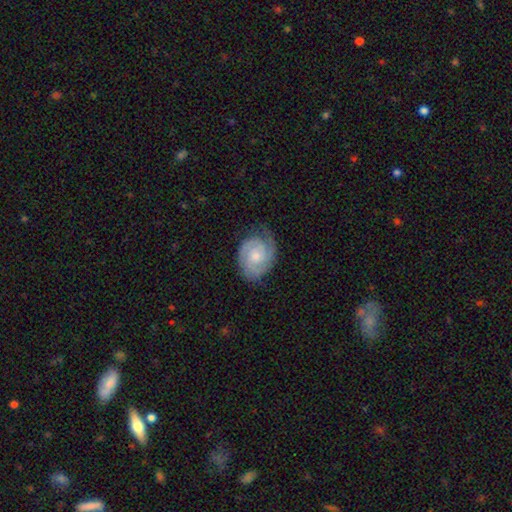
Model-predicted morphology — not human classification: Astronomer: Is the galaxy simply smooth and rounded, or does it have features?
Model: featured or disk — 78%.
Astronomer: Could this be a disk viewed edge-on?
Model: no — 97%.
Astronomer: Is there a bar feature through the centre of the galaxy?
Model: no — 73%.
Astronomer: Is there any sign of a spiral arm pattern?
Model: yes — 96%.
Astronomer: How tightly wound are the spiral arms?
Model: tight — 62%.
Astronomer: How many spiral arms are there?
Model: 2 — 49%.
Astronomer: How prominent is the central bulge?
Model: small — 51% (runner-up: moderate, 43%).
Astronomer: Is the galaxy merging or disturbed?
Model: none — 68%.